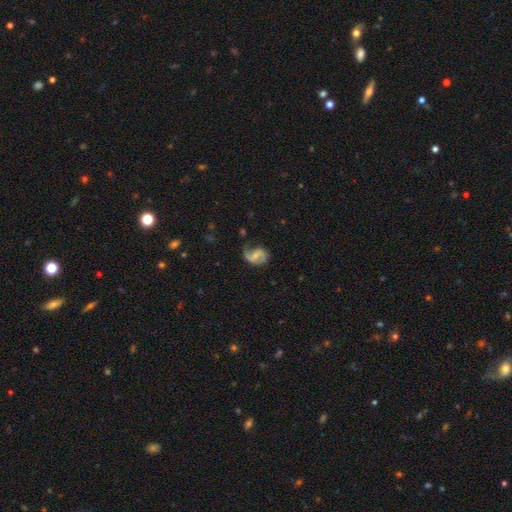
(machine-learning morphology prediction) This appears to be a featured or disk galaxy (76%) with a weak bar (47%), 2 (78%) loose (45%) spiral arms (93%) and a small central bulge (48%). Merging: none (58%).